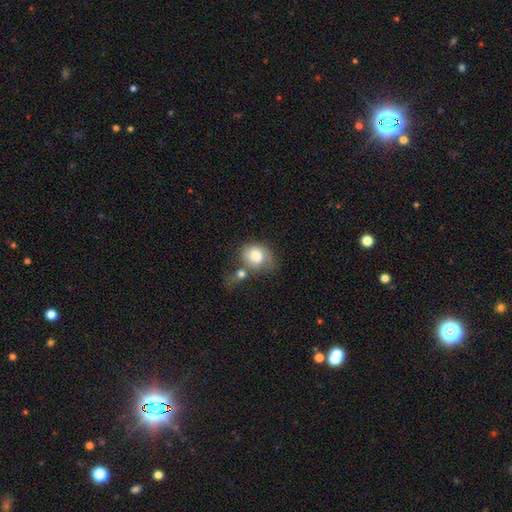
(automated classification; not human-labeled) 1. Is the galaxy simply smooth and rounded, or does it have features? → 71% smooth, 22% featured or disk, 8% star or artifact.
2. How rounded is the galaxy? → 60% round, 39% in between, 1% cigar-shaped.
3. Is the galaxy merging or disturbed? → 30% merger (tied), 30% none (tied), 21% minor disturbance, 19% major disturbance.